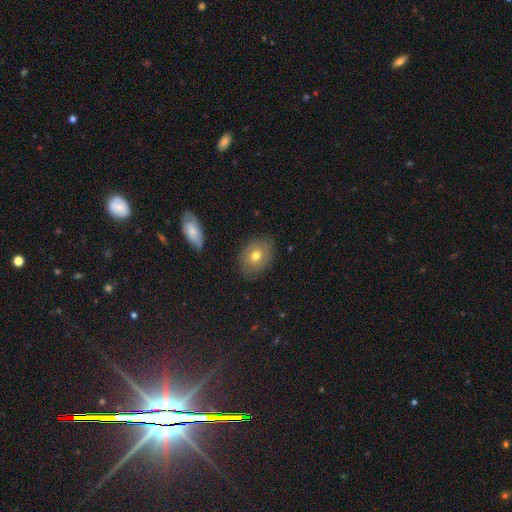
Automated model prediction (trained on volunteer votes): Q: Smooth or featured?
A: smooth (71%); runner-up: featured or disk (20%)
Q: How rounded?
A: in between (54%); runner-up: round (45%)
Q: Merging?
A: none (82%); runner-up: minor disturbance (13%)